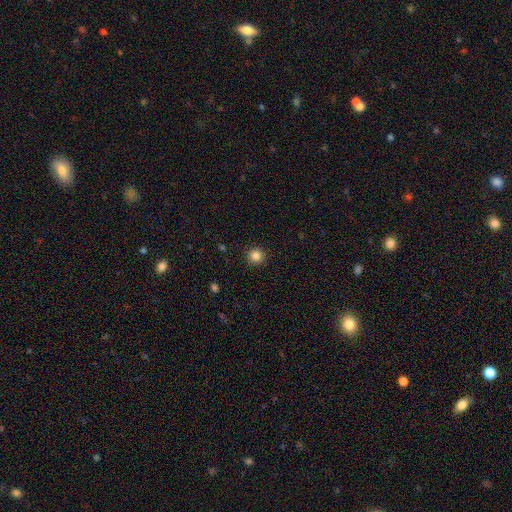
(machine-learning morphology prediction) Smooth or featured?
  - smooth: 85% *
  - star or artifact: 11%
  - featured or disk: 4%
How rounded?
  - round: 95% *
  - in between: 4%
  - cigar-shaped: 1%
Merging?
  - none: 93% *
  - minor disturbance: 5%
  - major disturbance: 2%
  - merger: 1%